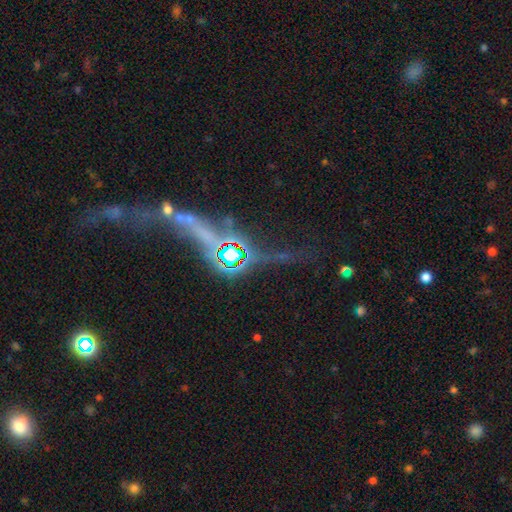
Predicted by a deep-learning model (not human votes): The model was most divided on "merging": none: 34%, major disturbance: 33%, merger: 21%, minor disturbance: 12%. Remaining: smooth or featured — featured or disk (49%).